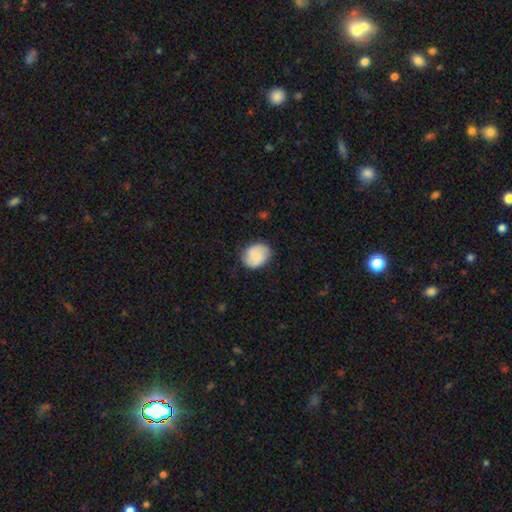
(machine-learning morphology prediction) Smooth or featured: smooth — 66% (featured or disk — 27%)
How rounded: round — 53% (in between — 46%)
Merging: none — 80% (minor disturbance — 15%)